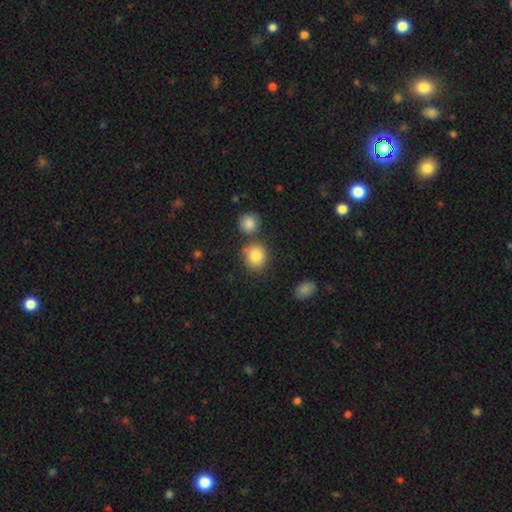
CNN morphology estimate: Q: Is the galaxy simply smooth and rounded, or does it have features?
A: smooth — 85%.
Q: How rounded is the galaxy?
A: round — 79%.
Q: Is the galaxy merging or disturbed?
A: none — 68%.